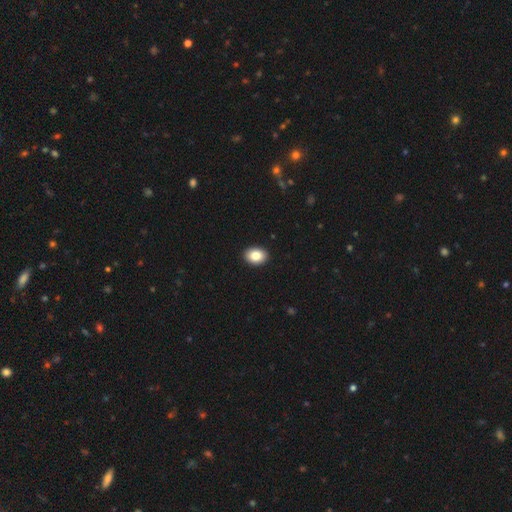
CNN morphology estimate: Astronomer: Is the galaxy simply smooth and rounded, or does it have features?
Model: smooth — 85%.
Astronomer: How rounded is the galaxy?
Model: in between — 72%.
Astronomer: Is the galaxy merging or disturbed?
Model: none — 92%.